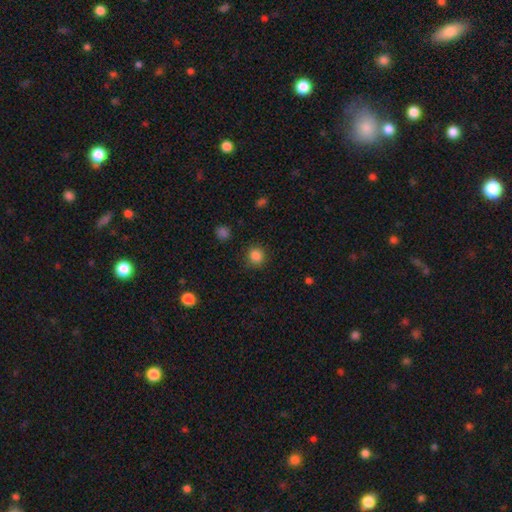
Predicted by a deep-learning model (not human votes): This is clearly a smooth galaxy (85%). How rounded: clearly round (92%). Merging: clearly none (89%).